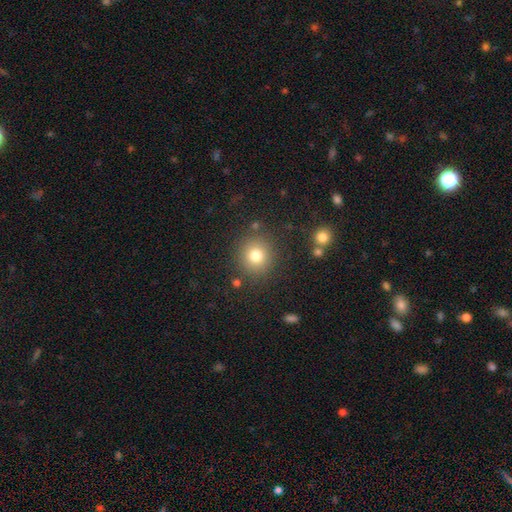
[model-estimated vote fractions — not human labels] Smooth or featured: smooth — 77% (star or artifact — 14%)
How rounded: round — 89% (in between — 10%)
Merging: none — 86% (minor disturbance — 8%)